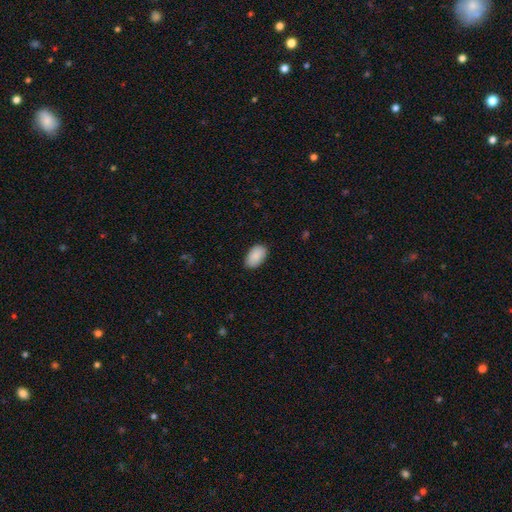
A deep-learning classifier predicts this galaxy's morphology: Smooth or featured?
  - smooth: 89% *
  - star or artifact: 6%
  - featured or disk: 5%
How rounded?
  - in between: 94% *
  - round: 5%
  - cigar-shaped: 1%
Merging?
  - none: 86% *
  - minor disturbance: 11%
  - major disturbance: 2%
  - merger: 1%